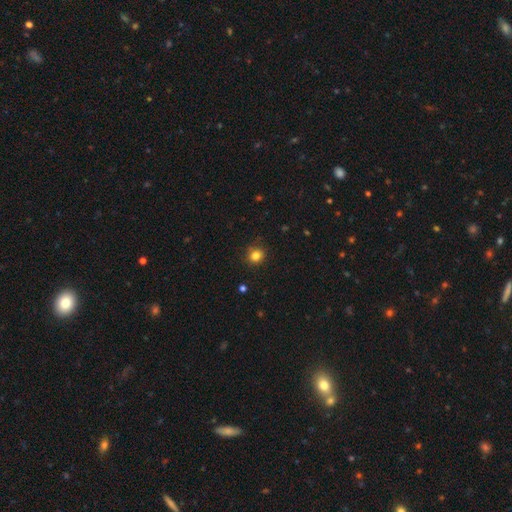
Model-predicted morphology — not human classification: smooth 82%, star or artifact 12%, featured or disk 5%. Down the decision tree: how rounded — round (79%); merging — none (84%).